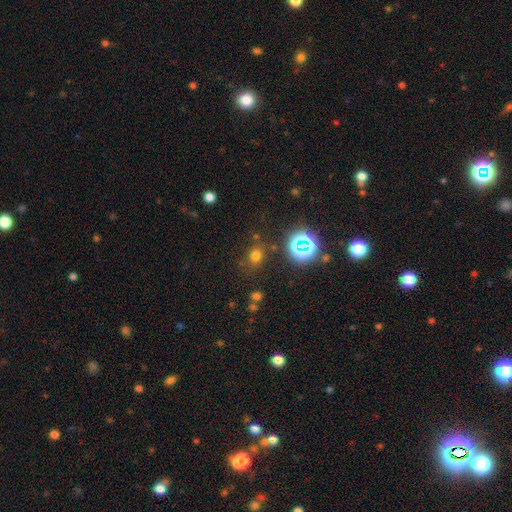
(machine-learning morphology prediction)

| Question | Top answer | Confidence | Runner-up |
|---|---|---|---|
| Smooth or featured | smooth | 66% | star or artifact (27%) |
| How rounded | round | 56% | in between (43%) |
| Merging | none | 77% | minor disturbance (13%) |